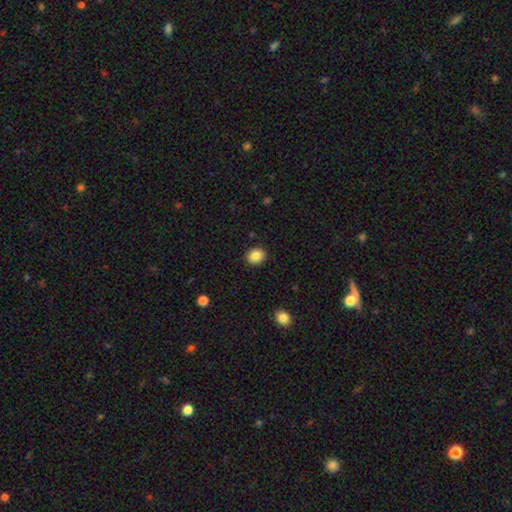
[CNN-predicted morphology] smooth-or-featured: smooth: 87% | star or artifact: 9% | featured or disk: 4%
  how-rounded: round: 68% | in between: 31% | cigar-shaped: 1%
  merging: none: 91% | minor disturbance: 6% | major disturbance: 2% | merger: 1%